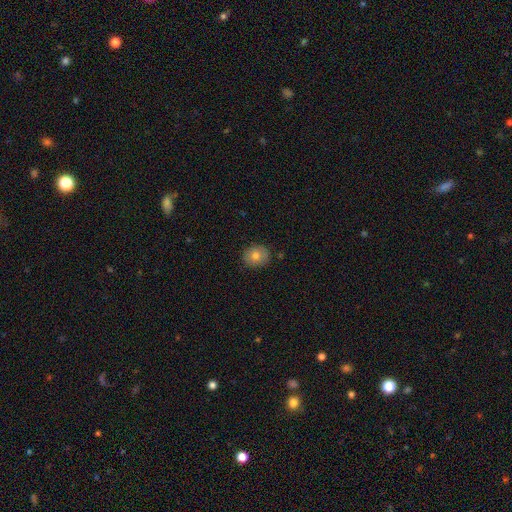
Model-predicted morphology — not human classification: The model was most divided on "how rounded": round: 72%, in between: 27%, cigar-shaped: 1%. More confident: merging — none (86%); smooth or featured — smooth (76%).